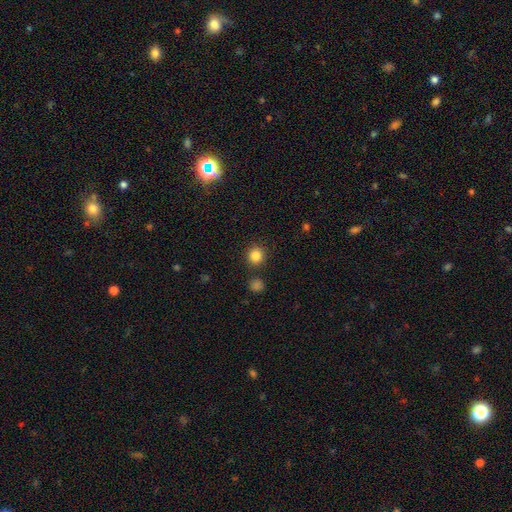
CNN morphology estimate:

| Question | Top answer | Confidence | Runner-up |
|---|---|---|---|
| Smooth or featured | smooth | 84% | star or artifact (11%) |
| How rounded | round | 91% | in between (8%) |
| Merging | none | 87% | minor disturbance (7%) |